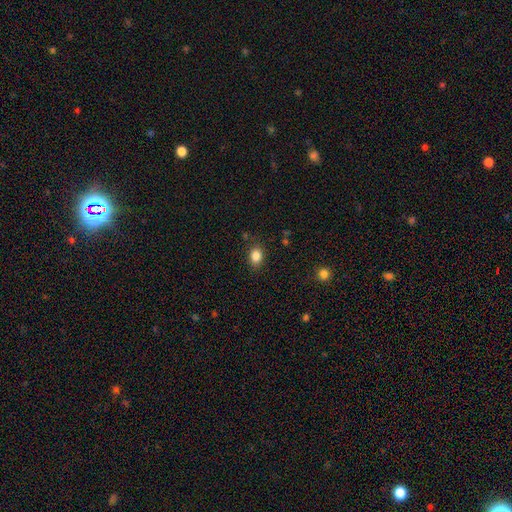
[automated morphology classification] A smooth galaxy with no disk features (85%) that is in between round and cigar-shaped (66%). Merging: none (83%).